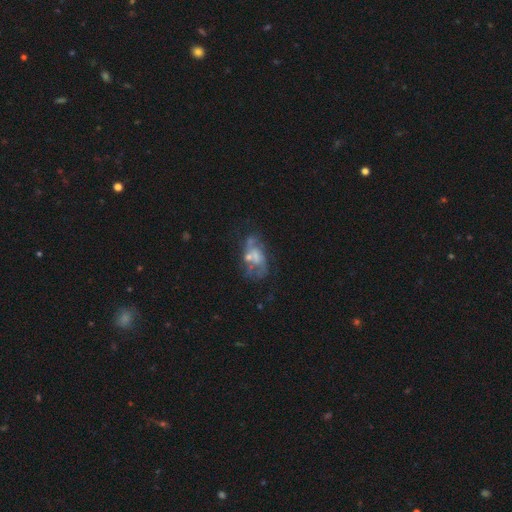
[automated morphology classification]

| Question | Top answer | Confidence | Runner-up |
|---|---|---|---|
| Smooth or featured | featured or disk | 59% | smooth (25%) |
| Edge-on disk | no | 96% | yes (4%) |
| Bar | no | 81% | weak (15%) |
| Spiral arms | no | 70% | yes (30%) |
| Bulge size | none | 39% | small (30%) |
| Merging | none | 37% | major disturbance (25%) |